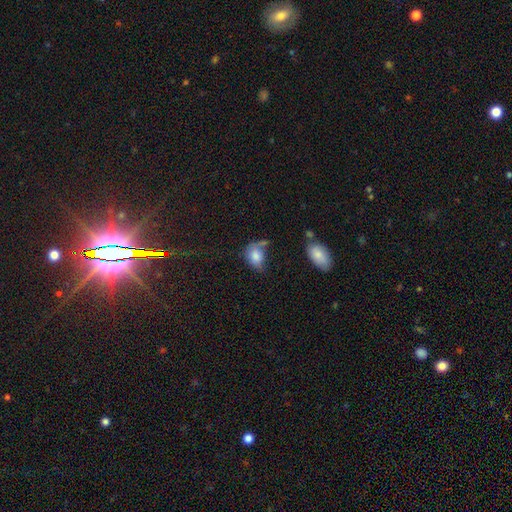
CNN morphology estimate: This is likely a smooth galaxy (78%). How rounded: likely in between (68%). Merging: marginally none (34%).